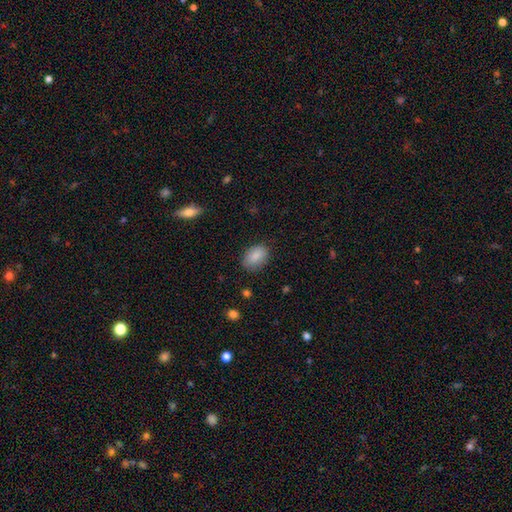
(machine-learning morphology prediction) Smooth or featured? Predicted: smooth (p=0.87). How rounded? Predicted: in between (p=0.85). Merging? Predicted: none (p=0.82).